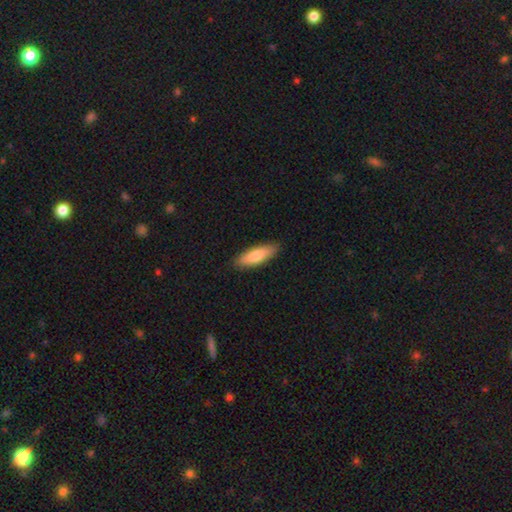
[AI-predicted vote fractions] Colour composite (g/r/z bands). It shows a smooth galaxy with no disk features (80%) that is cigar-shaped (52%). Merging: none (88%).